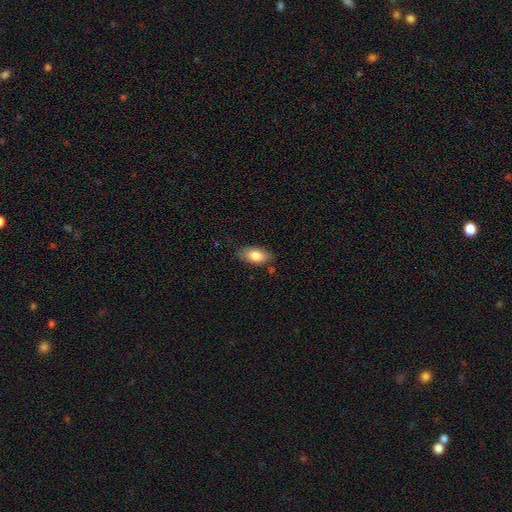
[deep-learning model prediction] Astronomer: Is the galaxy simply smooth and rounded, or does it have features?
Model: smooth — 79%.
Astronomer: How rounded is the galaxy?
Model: in between — 91%.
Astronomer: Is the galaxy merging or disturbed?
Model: none — 79%.